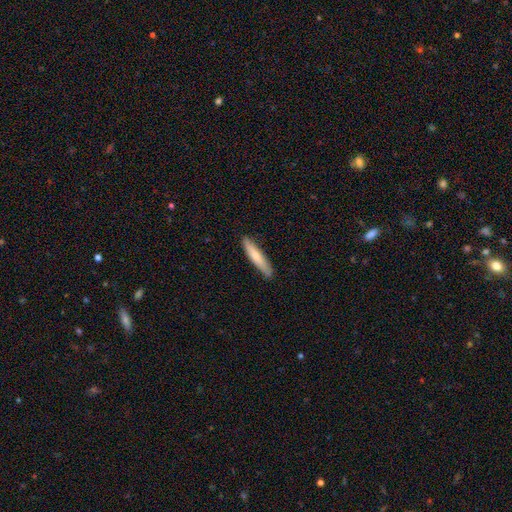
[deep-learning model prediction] smooth 72%, featured or disk 23%, star or artifact 5%. Down the decision tree: how rounded — cigar-shaped (89%); merging — none (86%).